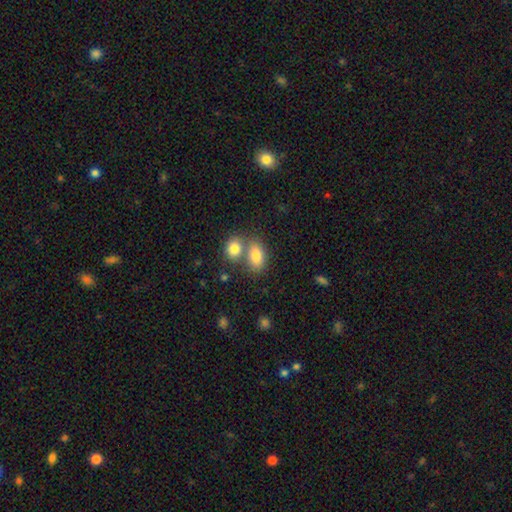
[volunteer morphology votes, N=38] Smooth or featured: smooth — 84% (featured or disk — 8%)
How rounded: in between — 84% (round — 16%)
Merging: none — 46% (merger — 37%)